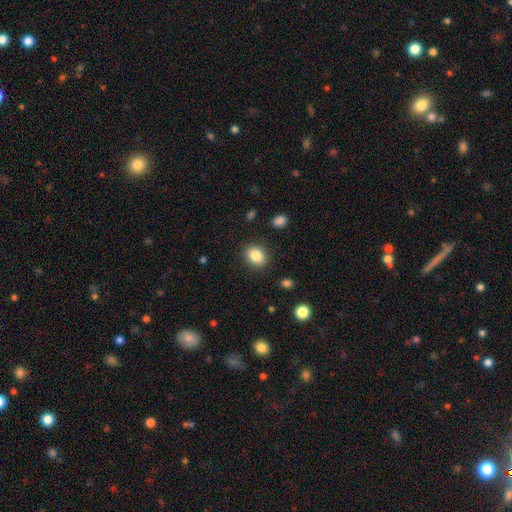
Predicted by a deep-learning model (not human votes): This is clearly a smooth galaxy (85%). How rounded: possibly in between (54%). Merging: clearly none (87%).